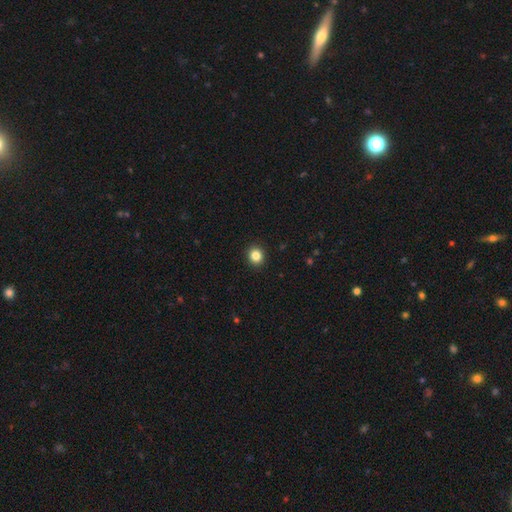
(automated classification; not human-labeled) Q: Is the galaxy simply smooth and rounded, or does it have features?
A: smooth — 84%.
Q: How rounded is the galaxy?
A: round — 87%.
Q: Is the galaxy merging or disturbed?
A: none — 93%.